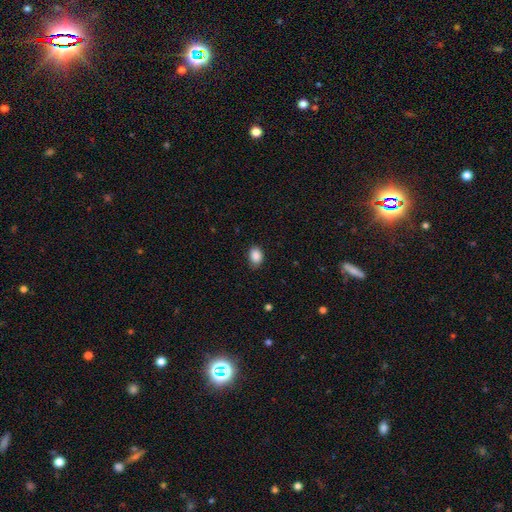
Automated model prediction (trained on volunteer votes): smooth 89%, star or artifact 8%, featured or disk 3%. Down the decision tree: how rounded — in between (72%); merging — none (79%).